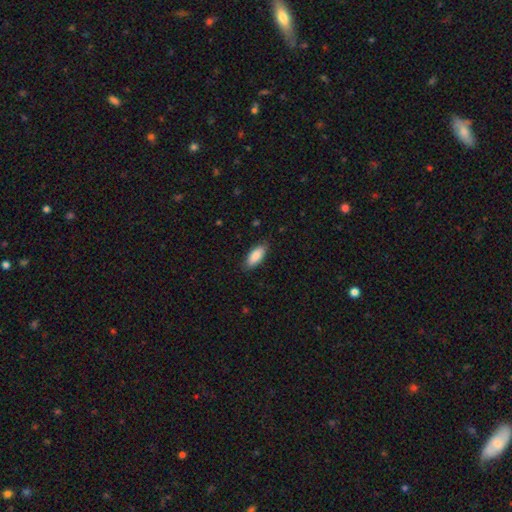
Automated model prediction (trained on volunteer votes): This is clearly a smooth galaxy (86%). How rounded: clearly in between (82%). Merging: clearly none (84%).